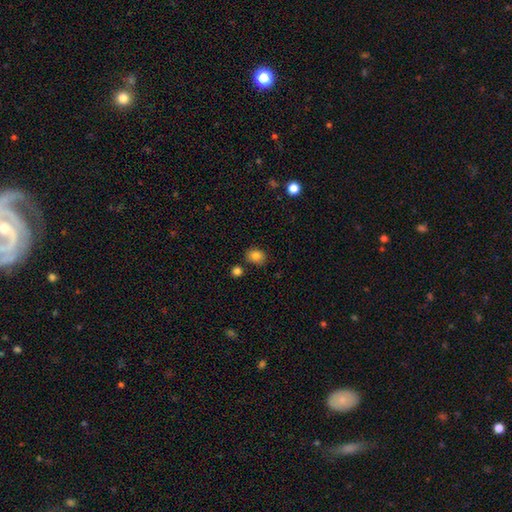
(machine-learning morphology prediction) Overall: smooth (84%). How rounded: in between (55%; round 44%). Merging: none (76%).